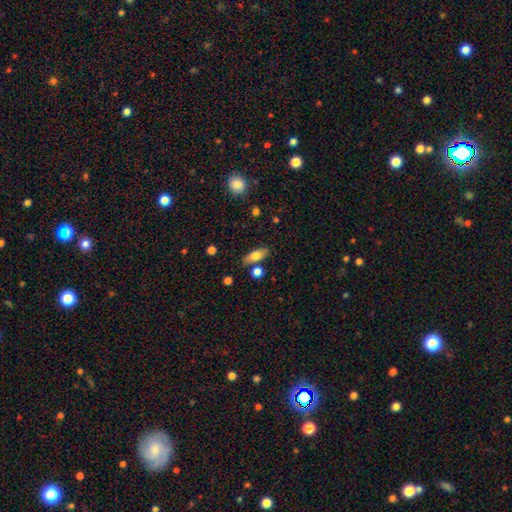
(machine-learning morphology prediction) Smooth or featured? smooth (72%)
How rounded? in between (72%)
Merging? none (76%)